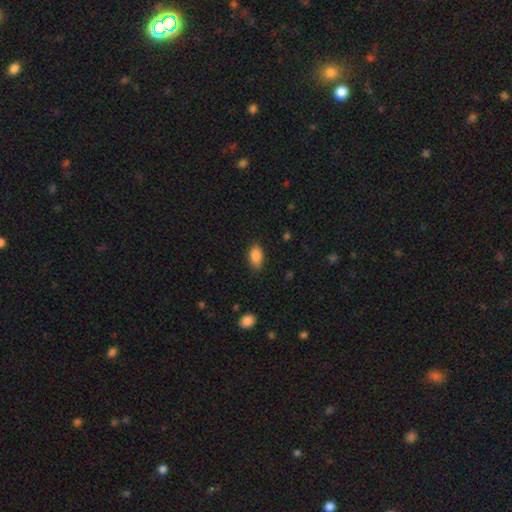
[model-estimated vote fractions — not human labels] Smooth or featured?
  - smooth: 87% *
  - star or artifact: 8%
  - featured or disk: 5%
How rounded?
  - in between: 91% *
  - round: 6%
  - cigar-shaped: 3%
Merging?
  - none: 83% *
  - minor disturbance: 13%
  - major disturbance: 3%
  - merger: 1%